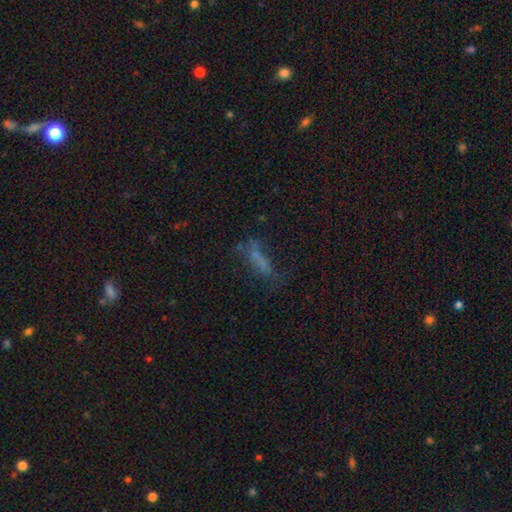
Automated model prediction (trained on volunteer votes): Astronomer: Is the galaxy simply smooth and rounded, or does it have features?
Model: smooth — 51% (runner-up: featured or disk, 27%).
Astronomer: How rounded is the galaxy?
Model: cigar-shaped — 56% (runner-up: in between, 40%).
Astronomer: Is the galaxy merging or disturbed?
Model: none — 43% (runner-up: major disturbance, 26%).